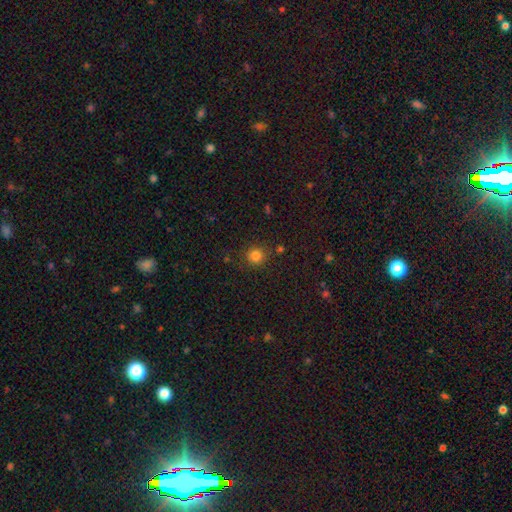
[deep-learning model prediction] A smooth galaxy with no disk features (82%) that is round (92%).

Vote fractions:
- Smooth or featured? smooth: 82% / star or artifact: 14% / featured or disk: 5%
- How rounded? round: 92% / in between: 7% / cigar-shaped: 1%
- Merging? none: 86% / minor disturbance: 8% / merger: 3% / major disturbance: 3%